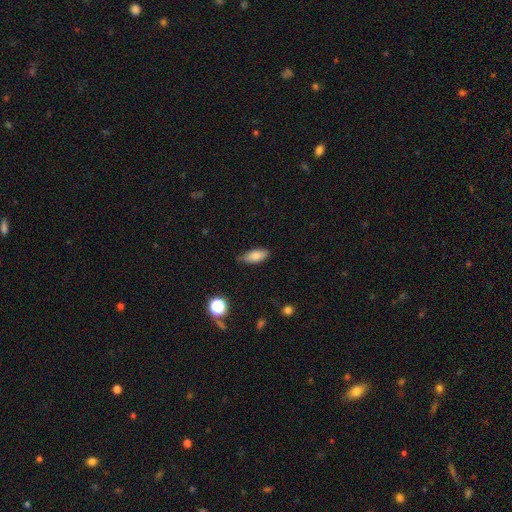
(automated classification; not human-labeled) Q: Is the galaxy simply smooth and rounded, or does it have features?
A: smooth — 82%.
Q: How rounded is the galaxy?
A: in between — 83%.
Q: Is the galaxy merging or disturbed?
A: none — 74%.